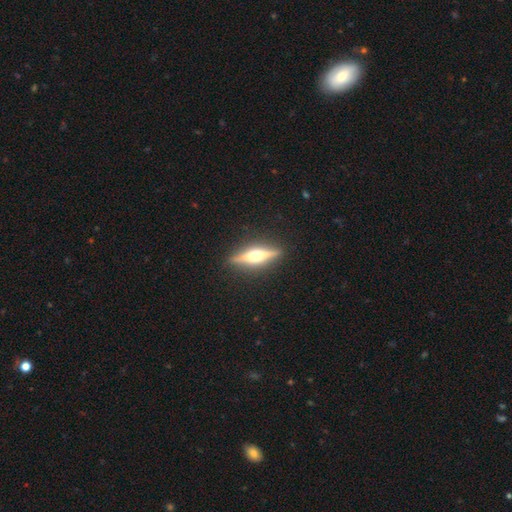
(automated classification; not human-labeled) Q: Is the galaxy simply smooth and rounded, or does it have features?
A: featured or disk — 73%.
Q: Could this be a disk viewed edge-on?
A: yes — 96%.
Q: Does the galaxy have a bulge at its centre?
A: rounded — 93%.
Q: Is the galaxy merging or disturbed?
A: none — 90%.